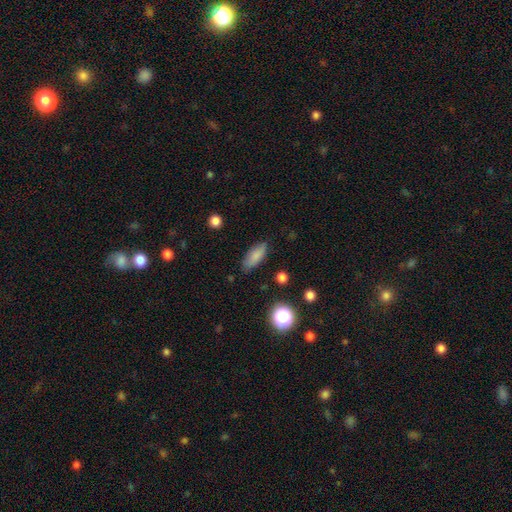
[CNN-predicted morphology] smooth 83%, featured or disk 9%, star or artifact 9%. Down the decision tree: how rounded — in between (70%); merging — none (82%).